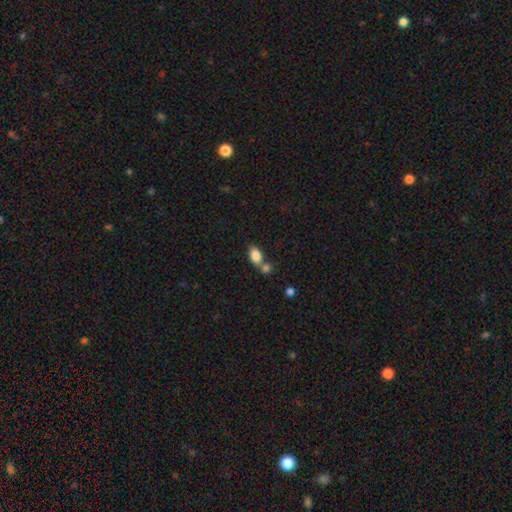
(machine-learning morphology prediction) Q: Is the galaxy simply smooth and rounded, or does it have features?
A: smooth — 84%.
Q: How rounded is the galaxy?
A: in between — 89%.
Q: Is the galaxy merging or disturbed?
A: none — 45%.